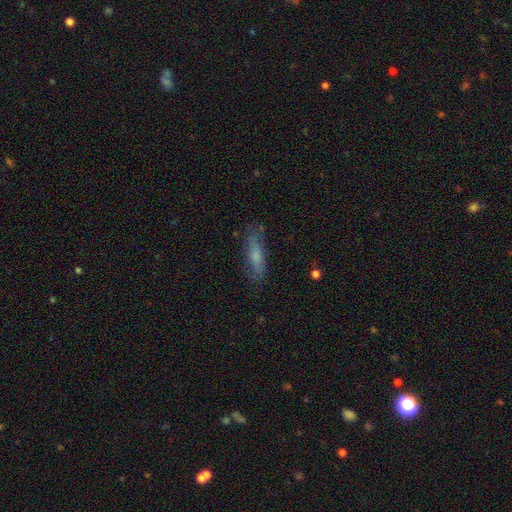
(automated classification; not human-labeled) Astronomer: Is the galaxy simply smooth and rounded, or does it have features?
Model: smooth — 62%.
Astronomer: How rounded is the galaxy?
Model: cigar-shaped — 72%.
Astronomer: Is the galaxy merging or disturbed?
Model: none — 75%.